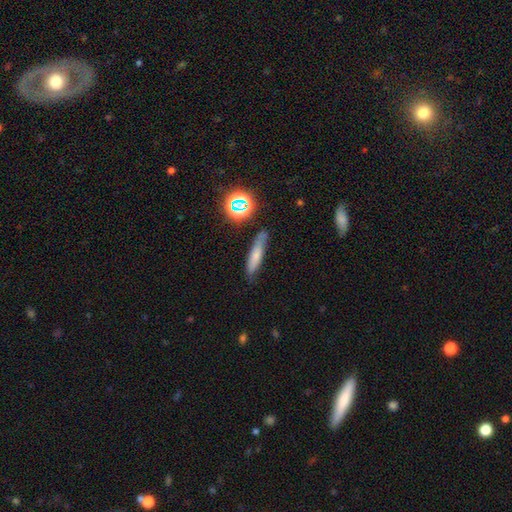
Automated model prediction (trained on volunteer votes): The model was most divided on "smooth or featured": smooth: 67%, featured or disk: 21%, star or artifact: 13%. More confident: how rounded — cigar-shaped (82%); merging — none (75%).